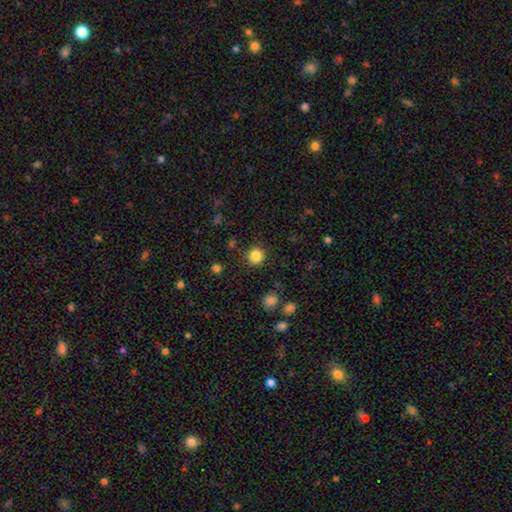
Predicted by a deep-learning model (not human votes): Overall: smooth (84%). How rounded: round (91%). Merging: none (89%).